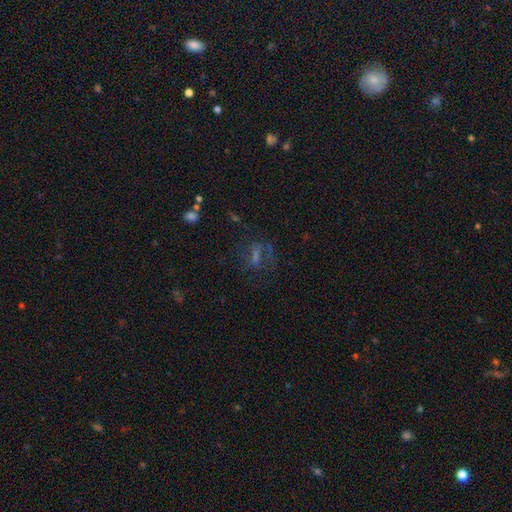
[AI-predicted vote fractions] featured or disk 37%, smooth 31%, star or artifact 31%. Down the decision tree: merging — none (57%).